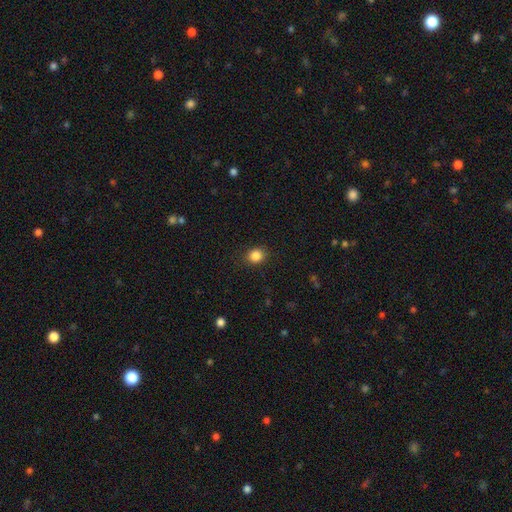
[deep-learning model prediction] Morphology: type=smooth (85%); roundness=round (74%); merging=none (89%).